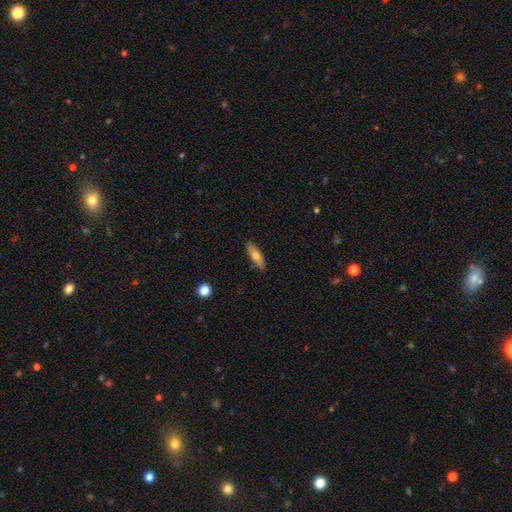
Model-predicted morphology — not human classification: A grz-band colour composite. It shows a smooth galaxy with no disk features (69%) that is cigar-shaped (59%). Merging: none (87%).